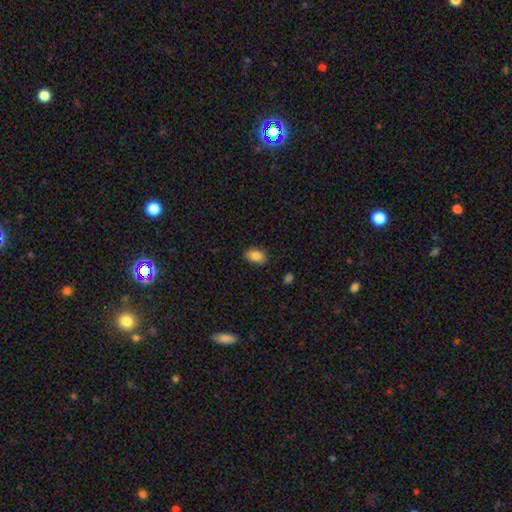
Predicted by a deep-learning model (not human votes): smooth 84%, featured or disk 8%, star or artifact 8%. Down the decision tree: how rounded — in between (89%); merging — none (86%).